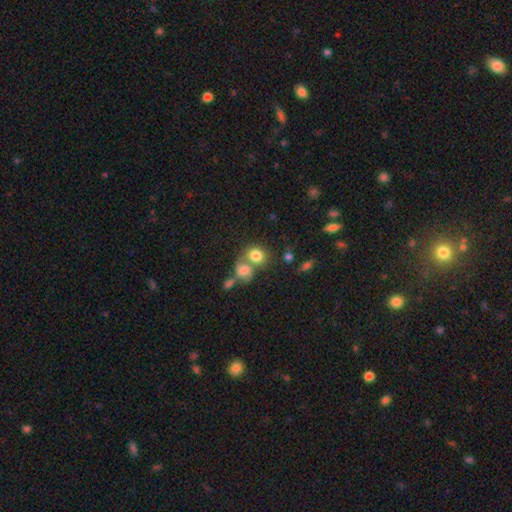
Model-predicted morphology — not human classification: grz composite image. It shows a smooth galaxy with no disk features (76%) that is round (67%). Merging: merger (51%).